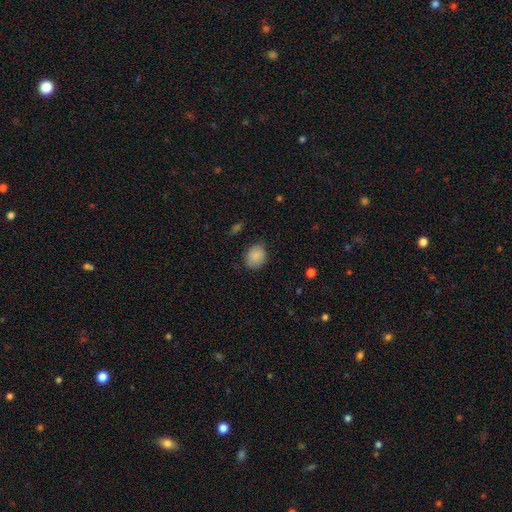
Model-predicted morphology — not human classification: The model was most divided on "how rounded": round: 51%, in between: 48%, cigar-shaped: 1%. More confident: smooth or featured — smooth (87%); merging — none (76%).